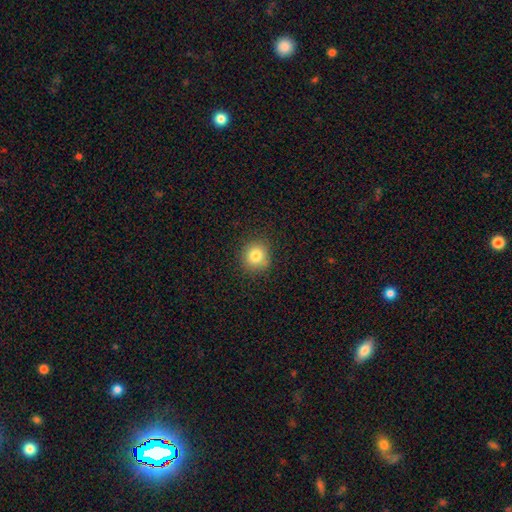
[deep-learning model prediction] This is clearly a smooth galaxy (81%). How rounded: clearly round (90%). Merging: clearly none (88%).